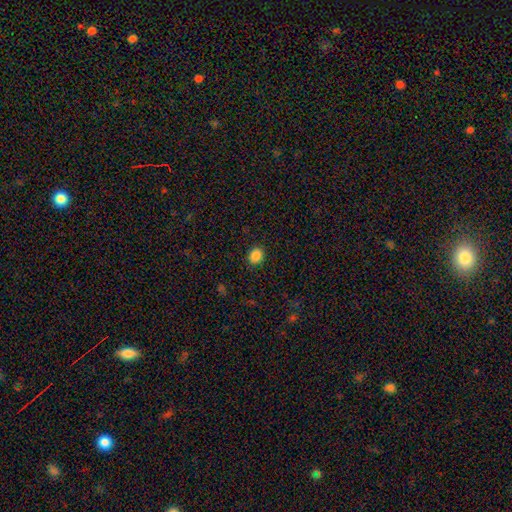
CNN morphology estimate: Smooth or featured: smooth — 86% (star or artifact — 10%)
How rounded: round — 63% (in between — 36%)
Merging: none — 90% (minor disturbance — 7%)